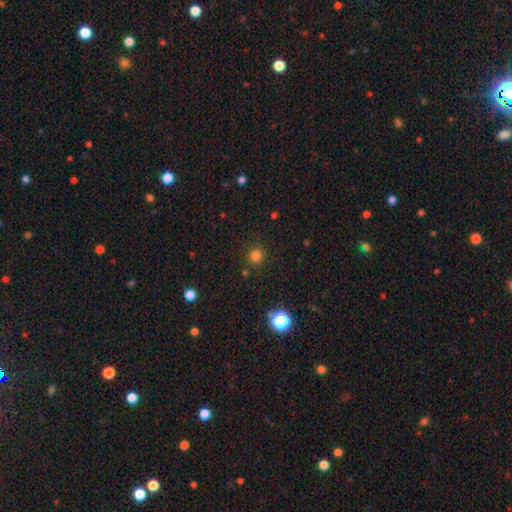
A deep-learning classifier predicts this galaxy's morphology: A smooth galaxy with no disk features (78%) that is round (91%).

Vote fractions:
- Smooth or featured? smooth: 78% / star or artifact: 18% / featured or disk: 5%
- How rounded? round: 91% / in between: 8% / cigar-shaped: 1%
- Merging? none: 86% / minor disturbance: 8% / merger: 3% / major disturbance: 3%